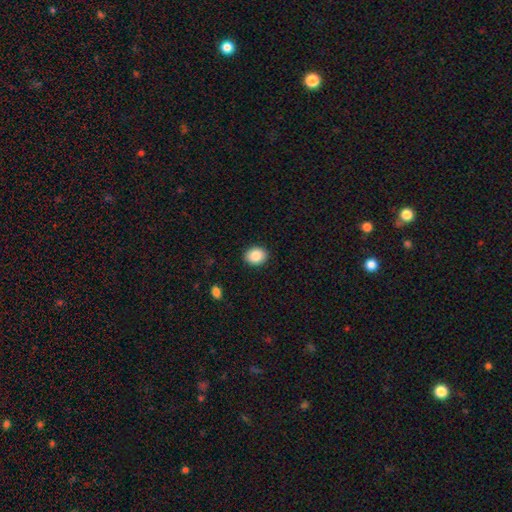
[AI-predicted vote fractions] Morphology: type=smooth (87%); roundness=round (60%); merging=none (90%).